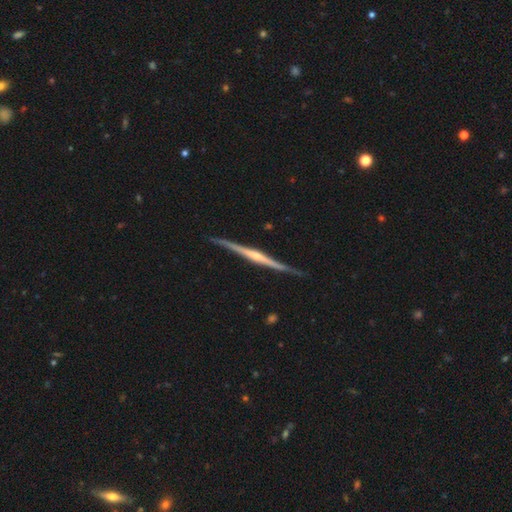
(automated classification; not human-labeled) This appears to be a featured or disk galaxy (84%) viewed edge-on (98%) with a rounded central bulge (69%). Merging: none (90%).